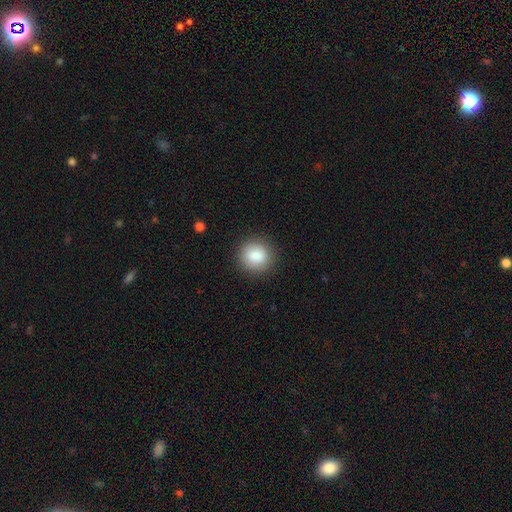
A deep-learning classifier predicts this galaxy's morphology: smooth 85%, star or artifact 8%, featured or disk 7%. Down the decision tree: how rounded — round (85%); merging — none (87%).